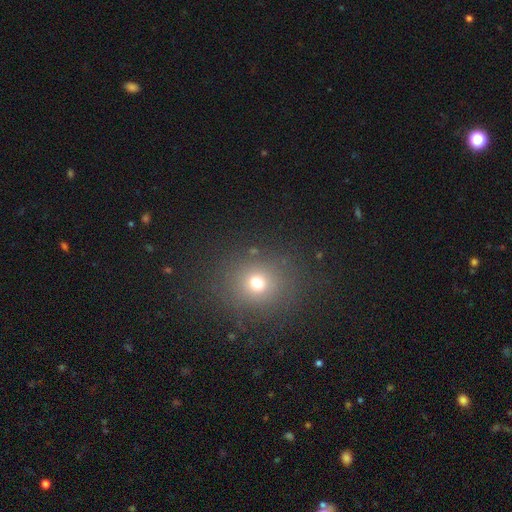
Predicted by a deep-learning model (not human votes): This is likely a smooth galaxy (62%). How rounded: likely round (79%). Merging: clearly none (91%).